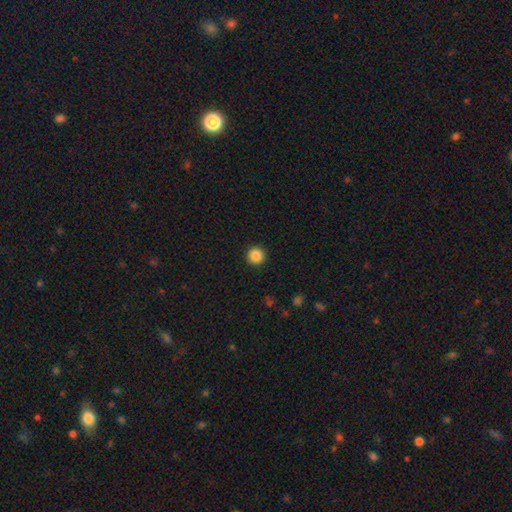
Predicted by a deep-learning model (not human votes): A smooth galaxy with no disk features (86%) that is round (96%). Merging: none (93%).